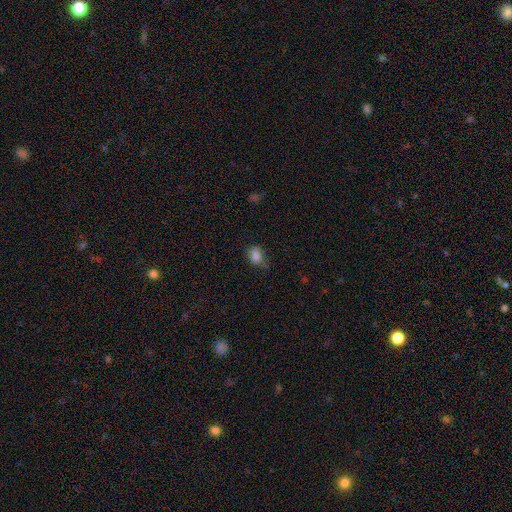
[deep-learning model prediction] A smooth galaxy with no disk features (84%) that is in between round and cigar-shaped (64%).

Vote fractions:
- Smooth or featured? smooth: 84% / star or artifact: 10% / featured or disk: 6%
- How rounded? in between: 64% / round: 35% / cigar-shaped: 1%
- Merging? none: 59% / minor disturbance: 30% / major disturbance: 8% / merger: 2%